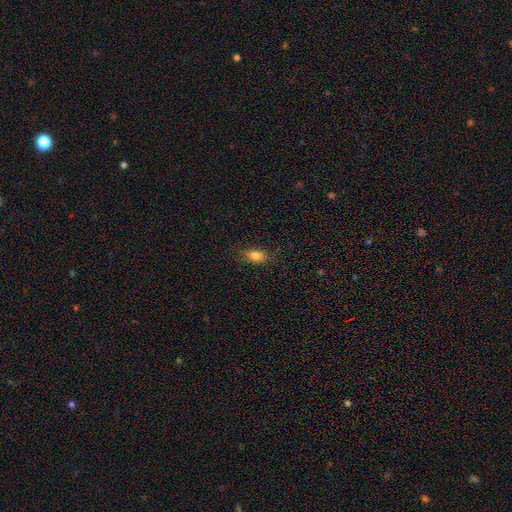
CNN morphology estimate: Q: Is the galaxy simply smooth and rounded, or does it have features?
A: smooth — 81%.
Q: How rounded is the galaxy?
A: in between — 79%.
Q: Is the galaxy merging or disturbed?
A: none — 81%.